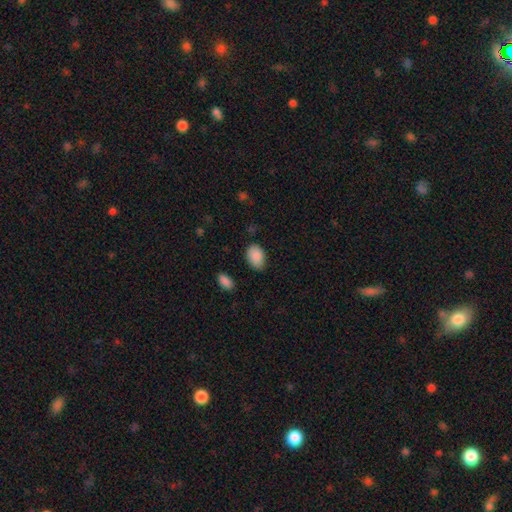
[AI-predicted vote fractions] smooth 89%, star or artifact 7%, featured or disk 4%. Down the decision tree: how rounded — in between (84%); merging — none (75%).